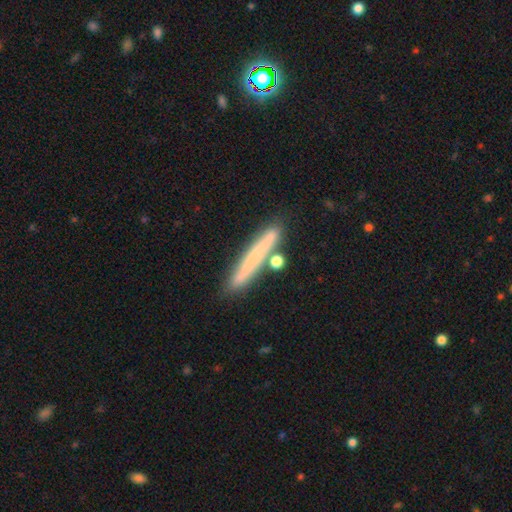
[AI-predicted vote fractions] Smooth or featured: smooth — 60% (featured or disk — 32%)
How rounded: cigar-shaped — 94% (in between — 4%)
Merging: none — 77% (minor disturbance — 12%)